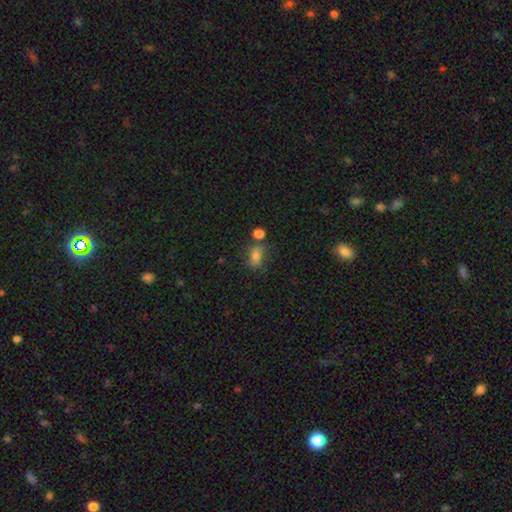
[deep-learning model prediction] Smooth or featured: smooth — 71% (featured or disk — 15%)
How rounded: in between — 72% (round — 25%)
Merging: none — 56% (minor disturbance — 21%)